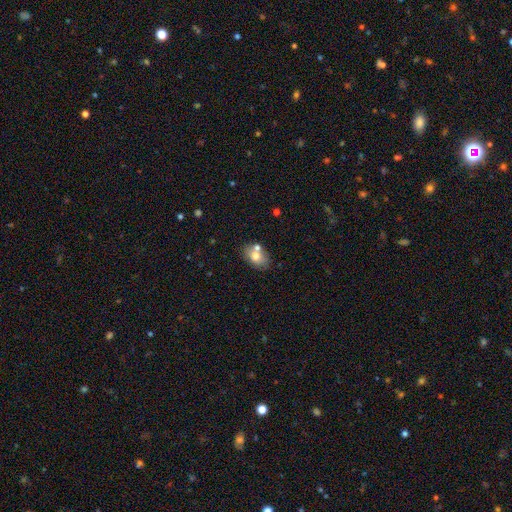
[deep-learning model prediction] This is likely a smooth galaxy (73%). How rounded: clearly in between (81%). Merging: likely none (63%).